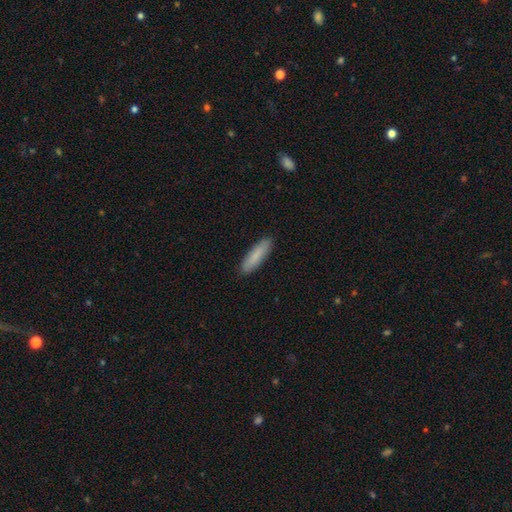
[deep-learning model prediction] Smooth or featured?
  - smooth: 85% *
  - featured or disk: 9%
  - star or artifact: 6%
How rounded?
  - cigar-shaped: 73% *
  - in between: 26%
  - round: 1%
Merging?
  - none: 90% *
  - minor disturbance: 8%
  - major disturbance: 2%
  - merger: 1%